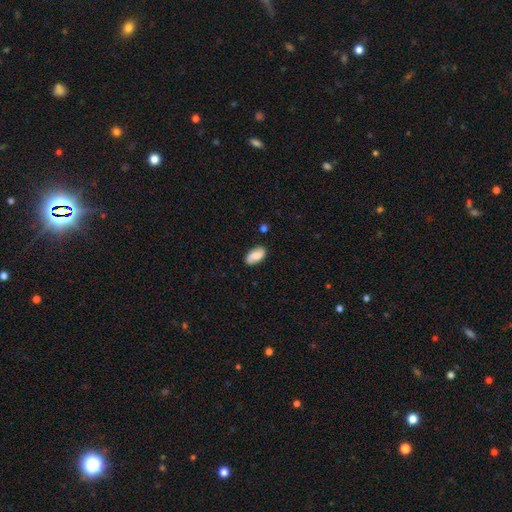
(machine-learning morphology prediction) This is possibly a smooth galaxy (57%). How rounded: clearly in between (93%). Merging: clearly none (81%).